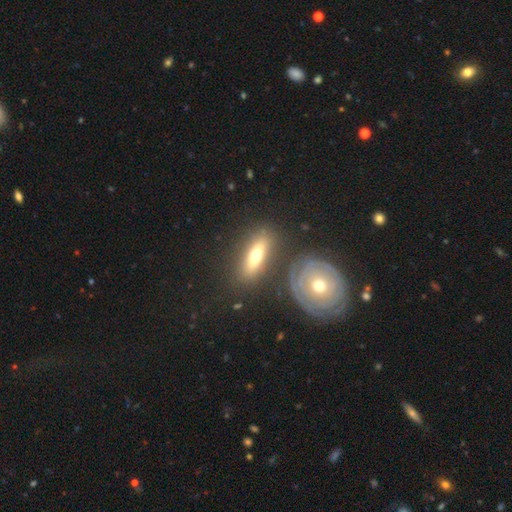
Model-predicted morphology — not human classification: A smooth galaxy with no disk features (52%) that is in between round and cigar-shaped (54%).

Vote fractions:
- Smooth or featured? smooth: 52% / featured or disk: 40% / star or artifact: 7%
- How rounded? in between: 54% / cigar-shaped: 41% / round: 5%
- Merging? none: 78% / minor disturbance: 11% / merger: 7% / major disturbance: 4%